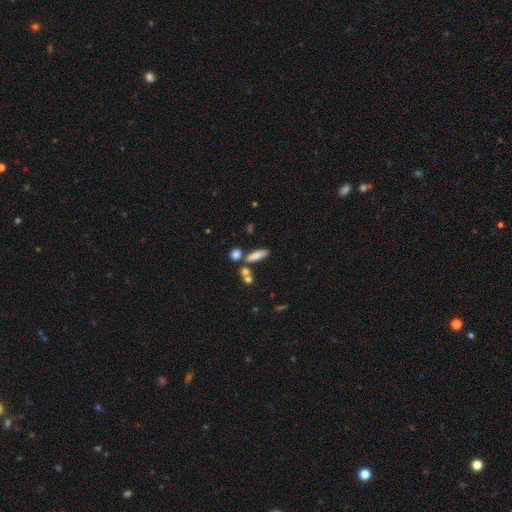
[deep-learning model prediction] Morphology: type=smooth (78%); roundness=cigar-shaped (54%); merging=none (64%).